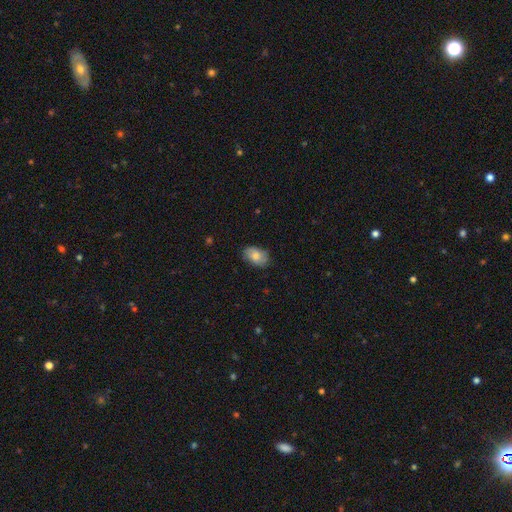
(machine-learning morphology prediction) Overall: smooth (80%). How rounded: in between (88%). Merging: none (81%).